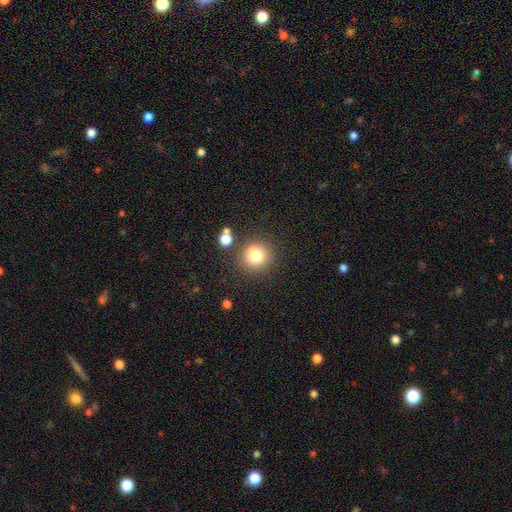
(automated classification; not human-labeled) A smooth galaxy with no disk features (74%) that is round (86%).

Vote fractions:
- Smooth or featured? smooth: 74% / star or artifact: 13% / featured or disk: 13%
- How rounded? round: 86% / in between: 13% / cigar-shaped: 1%
- Merging? none: 65% / merger: 19% / minor disturbance: 12% / major disturbance: 4%